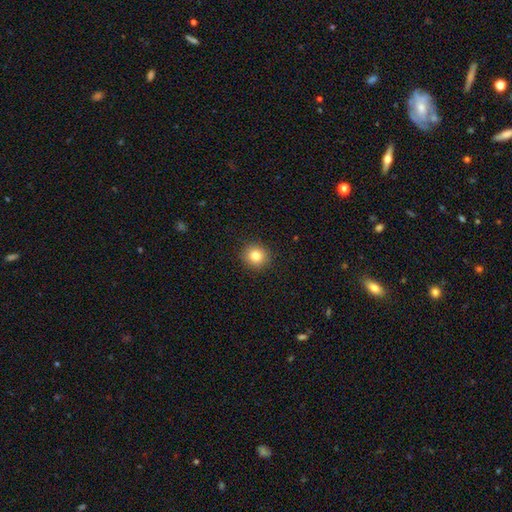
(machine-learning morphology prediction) Q: Smooth or featured?
A: smooth (82%); runner-up: star or artifact (11%)
Q: How rounded?
A: round (90%); runner-up: in between (9%)
Q: Merging?
A: none (92%); runner-up: minor disturbance (6%)